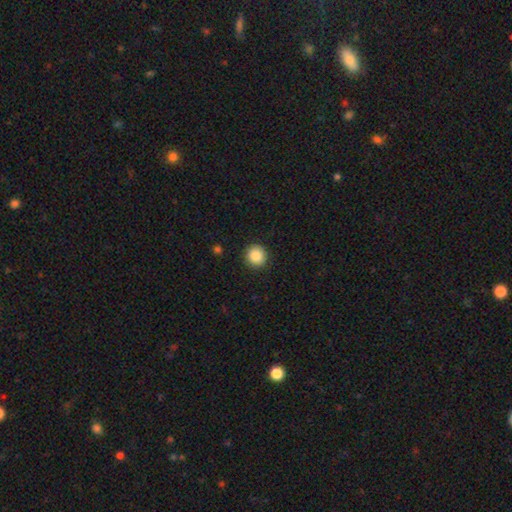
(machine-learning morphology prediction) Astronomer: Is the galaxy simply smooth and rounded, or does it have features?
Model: smooth — 87%.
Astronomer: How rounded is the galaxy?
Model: round — 92%.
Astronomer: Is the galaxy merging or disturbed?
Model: none — 91%.